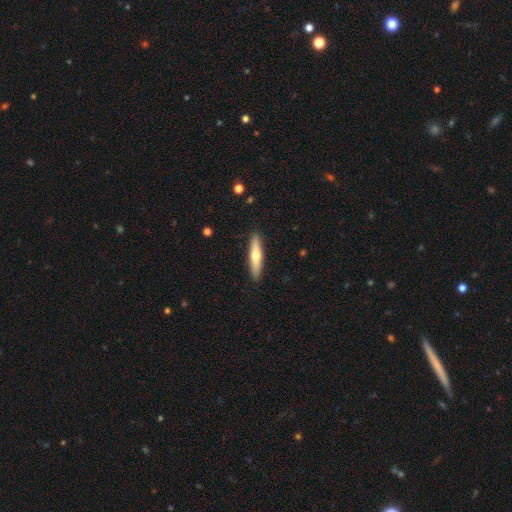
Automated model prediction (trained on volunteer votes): A smooth galaxy with no disk features (59%) that is cigar-shaped (83%).

Vote fractions:
- Smooth or featured? smooth: 59% / featured or disk: 36% / star or artifact: 5%
- How rounded? cigar-shaped: 83% / in between: 15% / round: 2%
- Merging? none: 90% / minor disturbance: 7% / major disturbance: 1% / merger: 1%